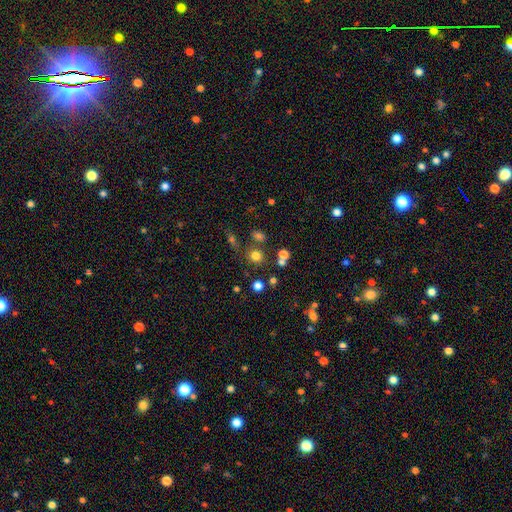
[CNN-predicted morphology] This appears to be a smooth galaxy with no disk features (75%) that is round (84%). Merging: none (73%).